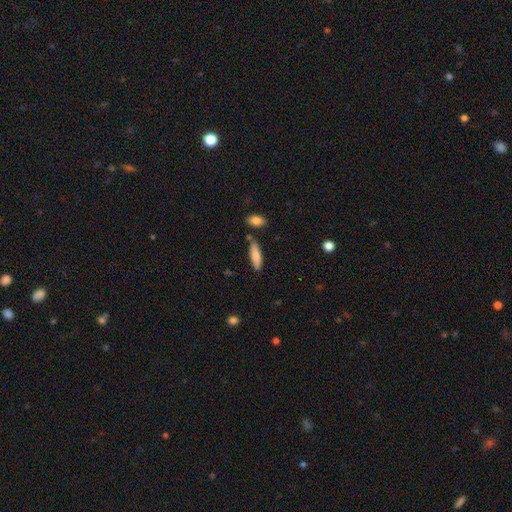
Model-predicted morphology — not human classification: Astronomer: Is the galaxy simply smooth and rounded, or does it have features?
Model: smooth — 79%.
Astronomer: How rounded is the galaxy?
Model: cigar-shaped — 58% (runner-up: in between, 41%).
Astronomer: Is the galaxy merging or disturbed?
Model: none — 80%.